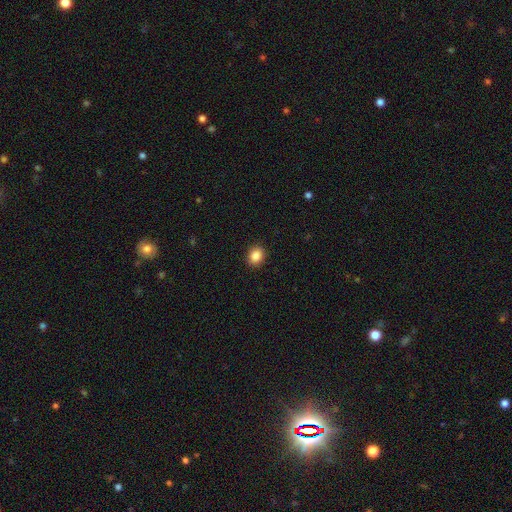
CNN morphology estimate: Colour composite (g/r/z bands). It shows a smooth galaxy with no disk features (87%) that is round (57%). Merging: none (91%).